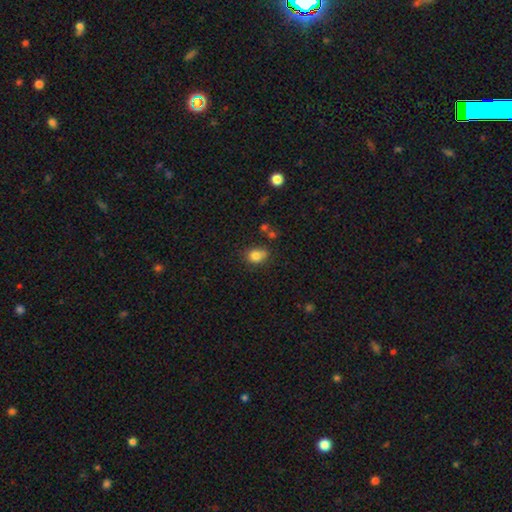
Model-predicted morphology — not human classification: Smooth or featured: smooth — 82% (star or artifact — 11%)
How rounded: round — 53% (in between — 46%)
Merging: none — 61% (minor disturbance — 25%)